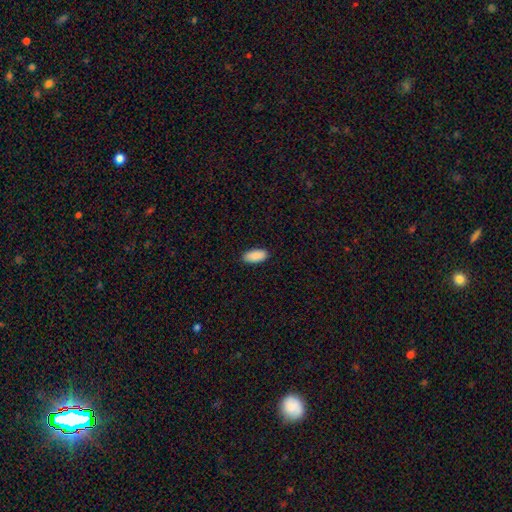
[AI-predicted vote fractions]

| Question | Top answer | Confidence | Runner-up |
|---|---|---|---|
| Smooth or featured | smooth | 91% | star or artifact (6%) |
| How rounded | in between | 92% | cigar-shaped (7%) |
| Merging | none | 89% | minor disturbance (8%) |